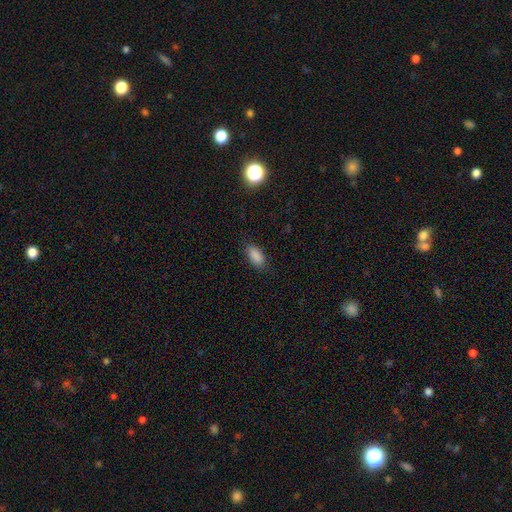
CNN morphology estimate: Smooth or featured: smooth — 88% (star or artifact — 8%)
How rounded: in between — 90% (cigar-shaped — 6%)
Merging: none — 82% (minor disturbance — 13%)